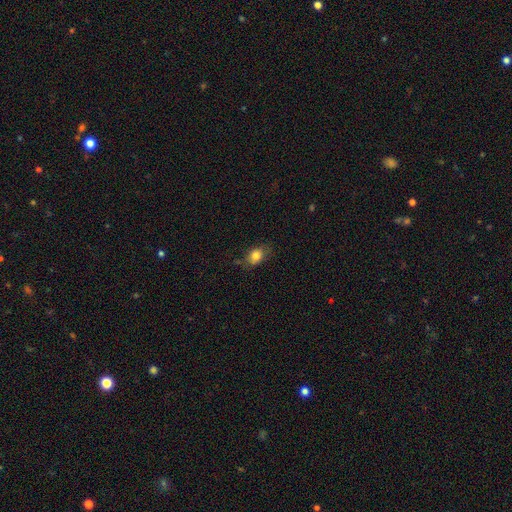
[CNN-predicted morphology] Smooth or featured? smooth (79%)
How rounded? in between (64%)
Merging? none (69%)